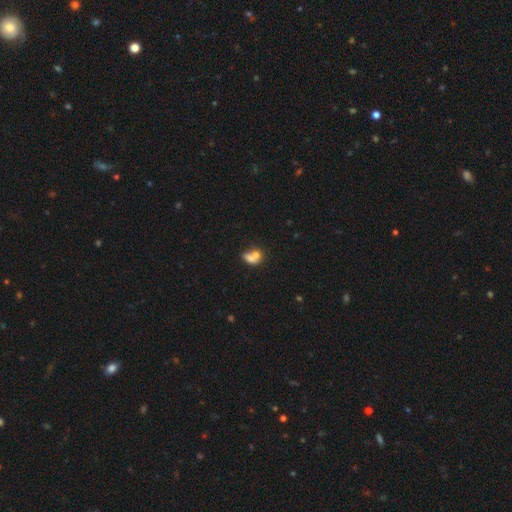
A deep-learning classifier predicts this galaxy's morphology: This appears to be a smooth galaxy with no disk features (68%) that is in between round and cigar-shaped (56%). Merging: merger (62%).